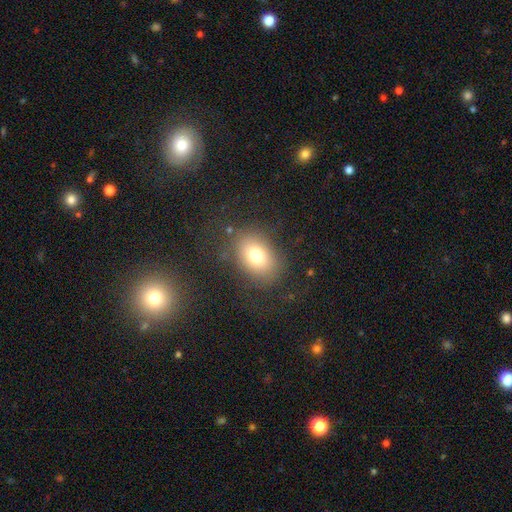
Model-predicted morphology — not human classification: Smooth or featured: smooth — 74% (featured or disk — 14%)
How rounded: in between — 67% (round — 32%)
Merging: none — 75% (minor disturbance — 14%)